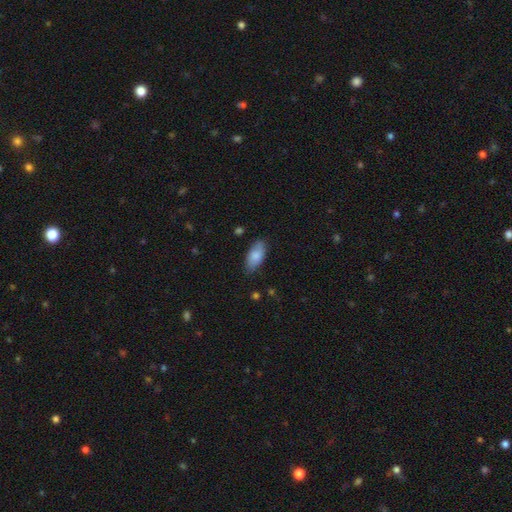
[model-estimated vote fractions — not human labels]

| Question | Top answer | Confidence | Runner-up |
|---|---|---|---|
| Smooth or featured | smooth | 83% | featured or disk (11%) |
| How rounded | in between | 89% | cigar-shaped (9%) |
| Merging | none | 79% | minor disturbance (17%) |